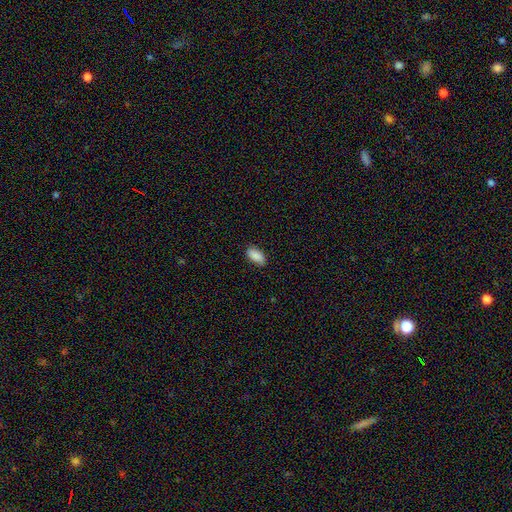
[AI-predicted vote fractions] This is clearly a smooth galaxy (88%). How rounded: clearly in between (92%). Merging: clearly none (83%).